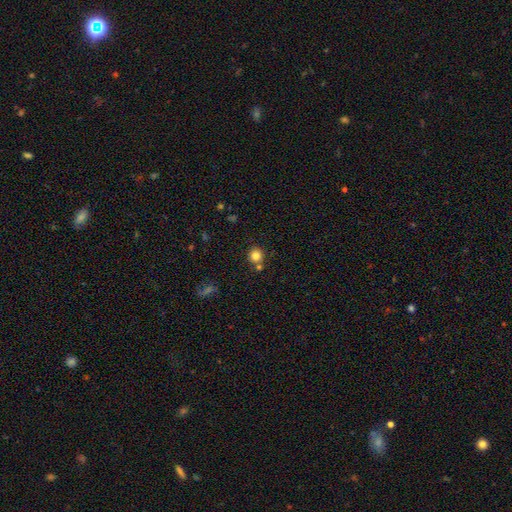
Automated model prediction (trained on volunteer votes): Smooth or featured: smooth — 82% (star or artifact — 12%)
How rounded: round — 91% (in between — 8%)
Merging: none — 75% (merger — 13%)